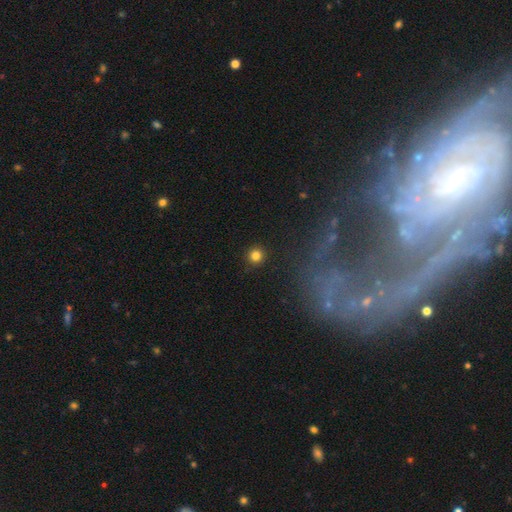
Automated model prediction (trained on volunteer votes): This appears to be a smooth galaxy with no disk features (82%) that is round (94%). Merging: none (92%).